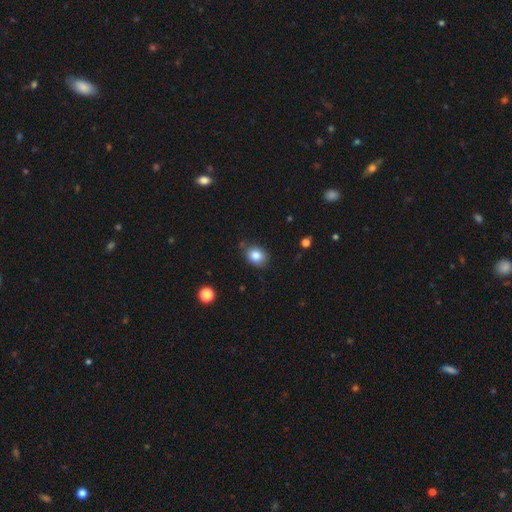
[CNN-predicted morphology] smooth_or_featured: smooth (p=0.83) [alt: star or artifact p=0.10]
how_rounded: in between (p=0.55) [alt: round p=0.44]
merging: none (p=0.80) [alt: minor disturbance p=0.15]